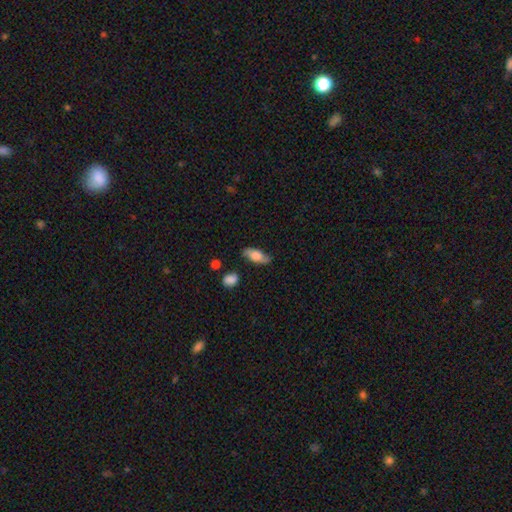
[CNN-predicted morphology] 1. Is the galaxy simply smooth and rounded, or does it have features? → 63% smooth, 29% featured or disk, 7% star or artifact.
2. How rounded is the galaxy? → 77% in between, 18% cigar-shaped, 5% round.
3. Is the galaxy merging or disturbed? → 74% none, 19% minor disturbance, 4% major disturbance, 3% merger.